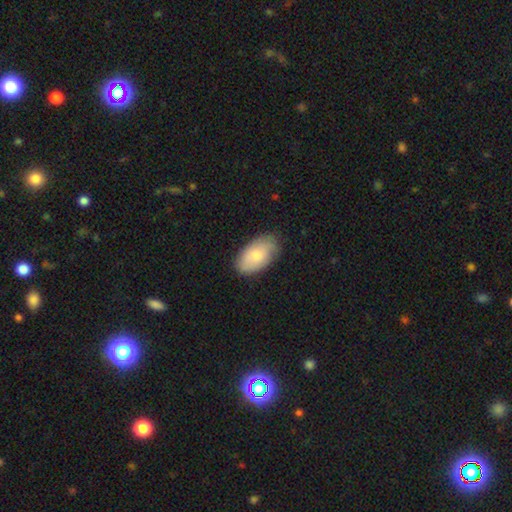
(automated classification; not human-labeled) smooth 77%, featured or disk 17%, star or artifact 6%. Down the decision tree: how rounded — in between (95%); merging — none (79%).